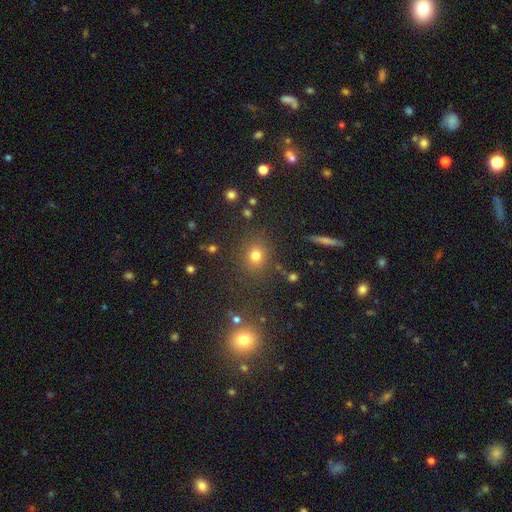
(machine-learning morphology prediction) smooth 72%, star or artifact 20%, featured or disk 8%. Down the decision tree: how rounded — round (77%); merging — none (84%).